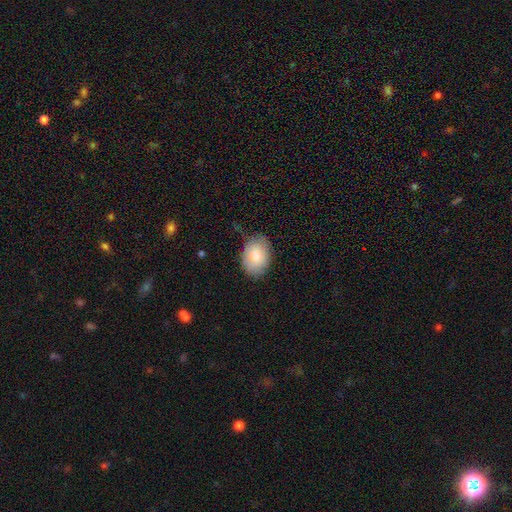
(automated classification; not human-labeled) smooth 81%, featured or disk 12%, star or artifact 6%. Down the decision tree: how rounded — in between (80%); merging — none (70%).